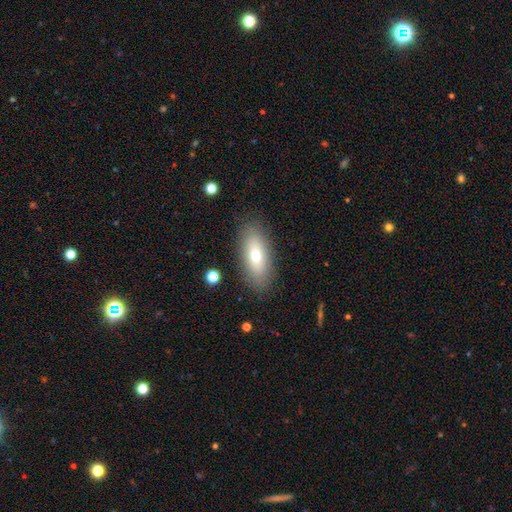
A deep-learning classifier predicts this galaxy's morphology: The model was most divided on "smooth or featured": smooth: 67%, featured or disk: 24%, star or artifact: 8%. More confident: merging — none (86%); how rounded — in between (81%).